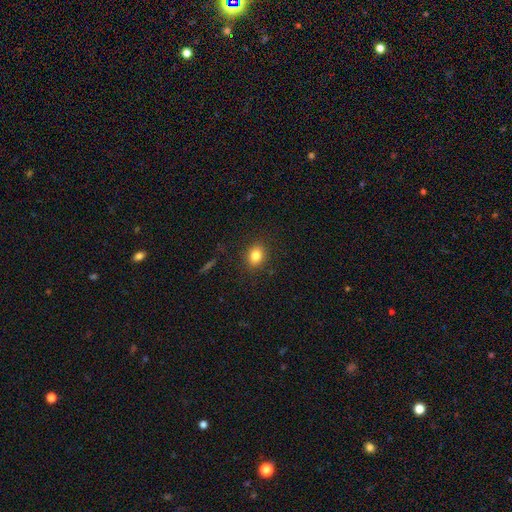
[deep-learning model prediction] Smooth or featured? Predicted: smooth (p=0.82). How rounded? Predicted: round (p=0.52). Merging? Predicted: none (p=0.88).